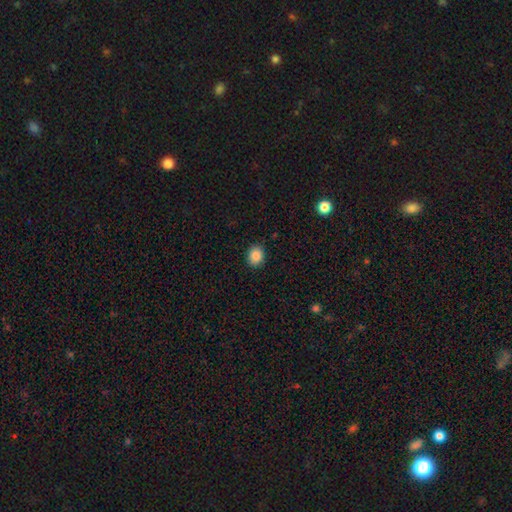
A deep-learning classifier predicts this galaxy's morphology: Smooth or featured?
  - smooth: 88% *
  - star or artifact: 9%
  - featured or disk: 3%
How rounded?
  - round: 59% *
  - in between: 40%
  - cigar-shaped: 1%
Merging?
  - none: 89% *
  - minor disturbance: 8%
  - major disturbance: 2%
  - merger: 1%